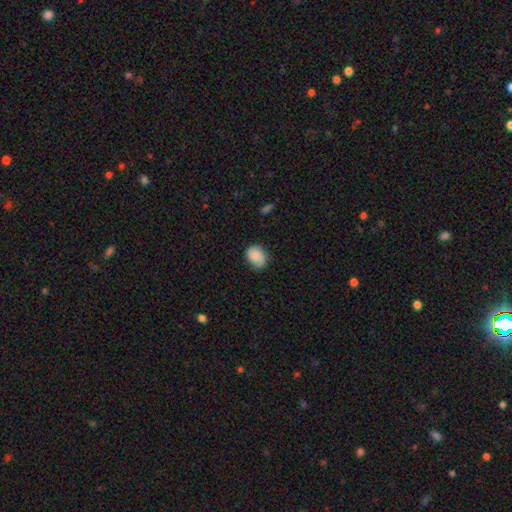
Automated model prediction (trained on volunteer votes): This is likely a smooth galaxy (71%). How rounded: possibly in between (50%). Merging: likely none (67%).